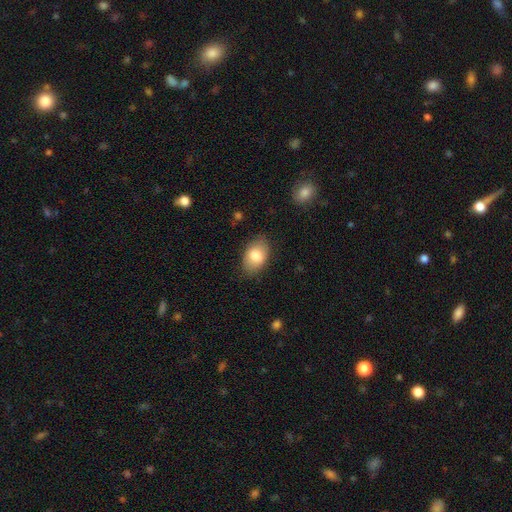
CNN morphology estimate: Overall: smooth (80%). How rounded: in between (89%). Merging: none (81%).